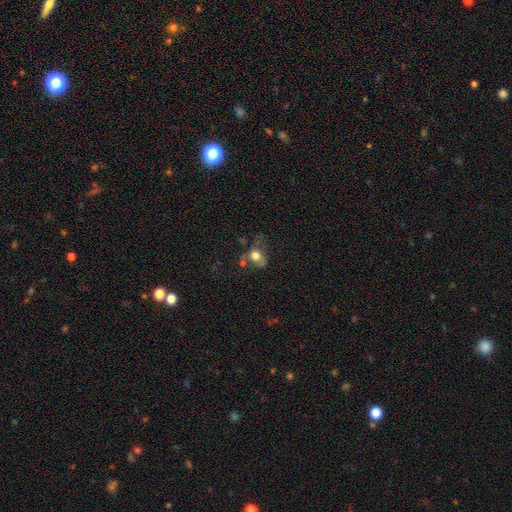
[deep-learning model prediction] Smooth or featured? smooth (67%)
How rounded? in between (58%)
Merging? major disturbance (31%)